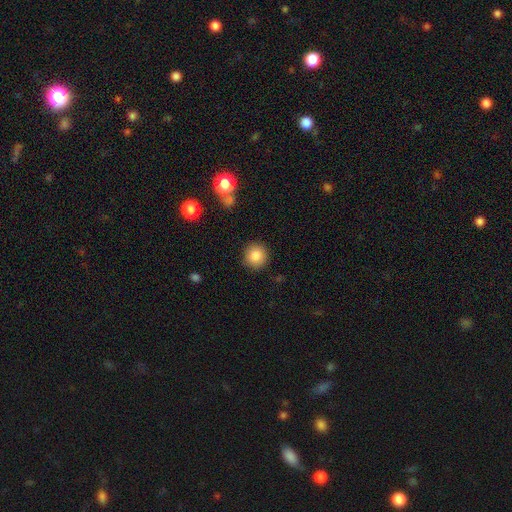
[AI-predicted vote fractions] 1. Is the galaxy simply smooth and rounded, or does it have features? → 84% smooth, 10% star or artifact, 6% featured or disk.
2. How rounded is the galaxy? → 93% round, 6% in between, 1% cigar-shaped.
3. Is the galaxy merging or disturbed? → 90% none, 7% minor disturbance, 2% major disturbance, 1% merger.